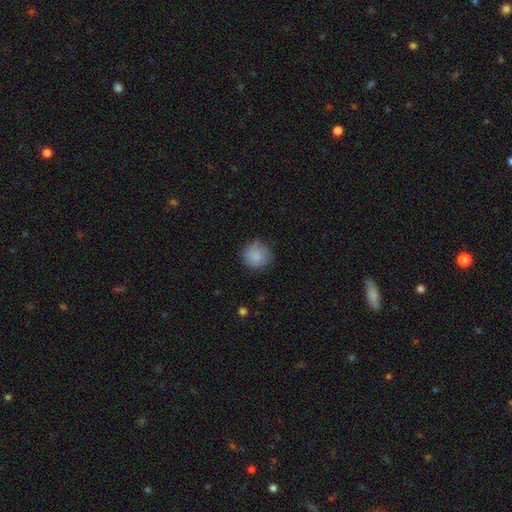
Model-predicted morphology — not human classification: type=smooth (85%); roundness=round (92%); merging=none (78%).